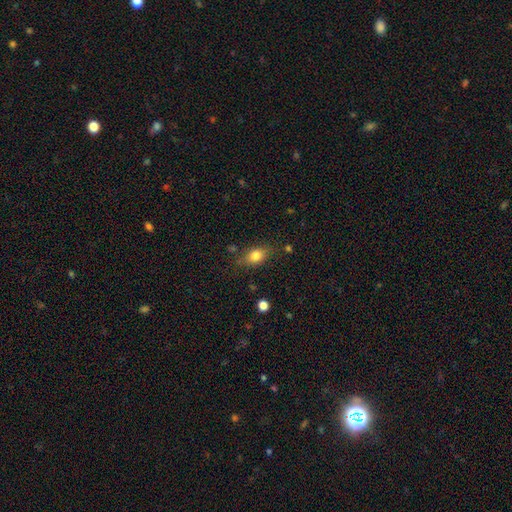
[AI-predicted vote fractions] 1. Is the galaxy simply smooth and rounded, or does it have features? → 78% smooth, 13% featured or disk, 9% star or artifact.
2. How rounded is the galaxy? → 74% in between, 20% round, 6% cigar-shaped.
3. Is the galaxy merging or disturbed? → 74% none, 18% minor disturbance, 5% major disturbance, 3% merger.